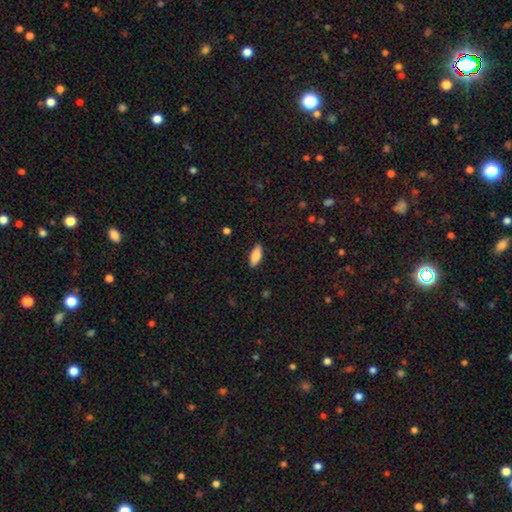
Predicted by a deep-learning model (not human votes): Overall: smooth (79%). How rounded: in between (77%). Merging: none (88%).